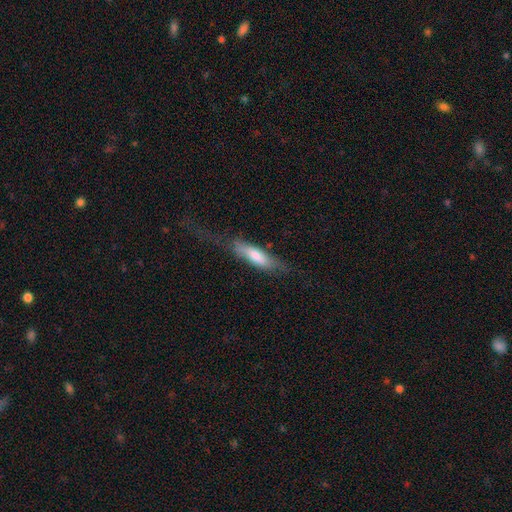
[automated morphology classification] This appears to be a smooth galaxy with no disk features (65%) that is cigar-shaped (67%). Merging: none (43%).